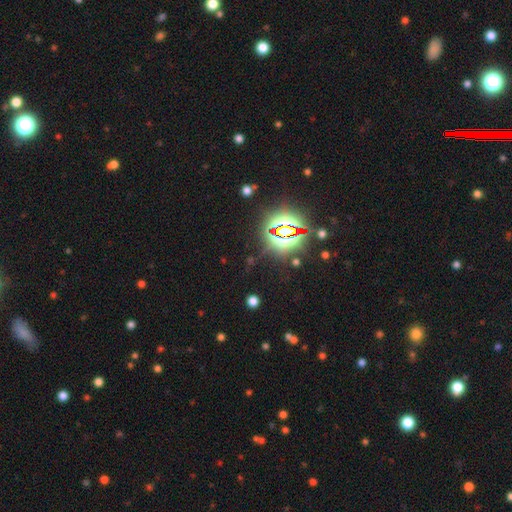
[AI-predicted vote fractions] Morphology: type=star or artifact (85%).